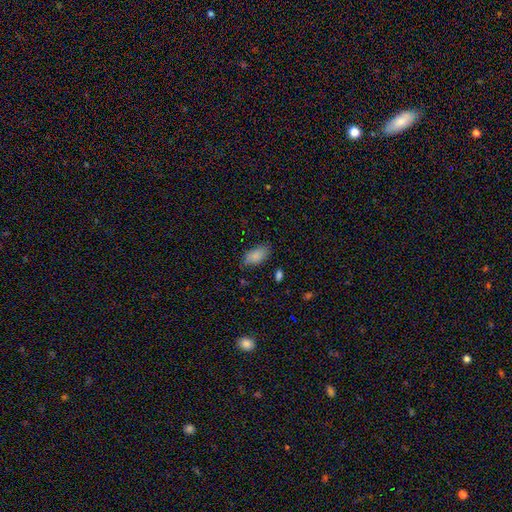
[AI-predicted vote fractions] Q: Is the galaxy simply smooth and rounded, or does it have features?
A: smooth — 85%.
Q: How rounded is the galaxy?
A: in between — 93%.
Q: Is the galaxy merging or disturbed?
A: none — 74%.